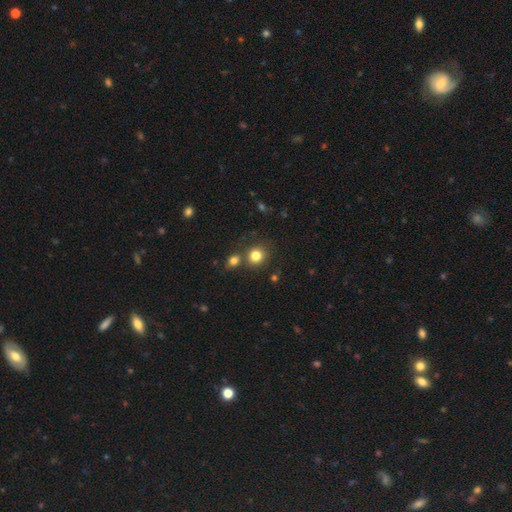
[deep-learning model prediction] Smooth or featured? smooth (81%)
How rounded? round (84%)
Merging? none (69%)